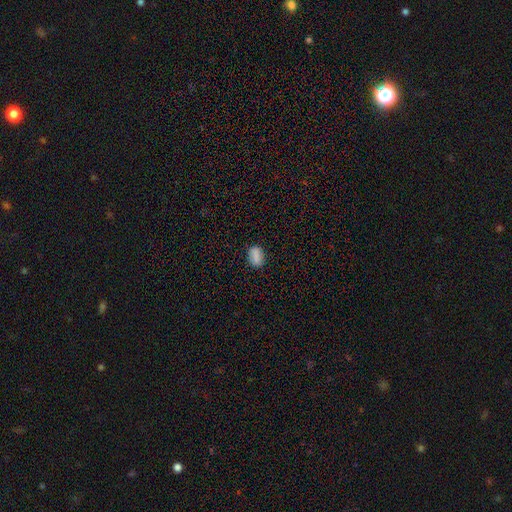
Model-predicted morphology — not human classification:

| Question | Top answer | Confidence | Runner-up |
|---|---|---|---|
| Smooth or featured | smooth | 85% | star or artifact (9%) |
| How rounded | in between | 76% | round (22%) |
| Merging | none | 86% | minor disturbance (11%) |